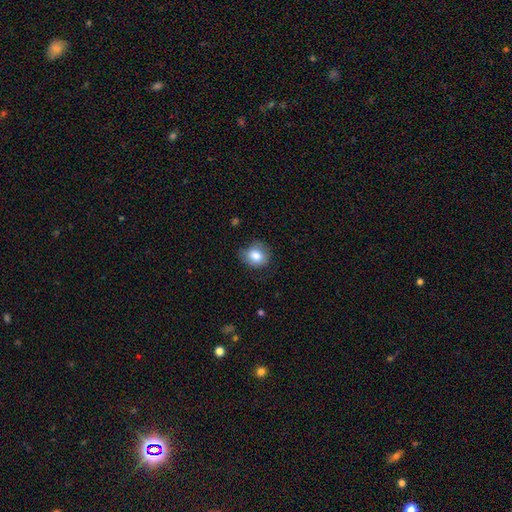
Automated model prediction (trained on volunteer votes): A smooth galaxy with no disk features (82%) that is round (73%).

Vote fractions:
- Smooth or featured? smooth: 82% / featured or disk: 9% / star or artifact: 9%
- How rounded? round: 73% / in between: 26% / cigar-shaped: 1%
- Merging? none: 71% / minor disturbance: 23% / major disturbance: 5% / merger: 1%